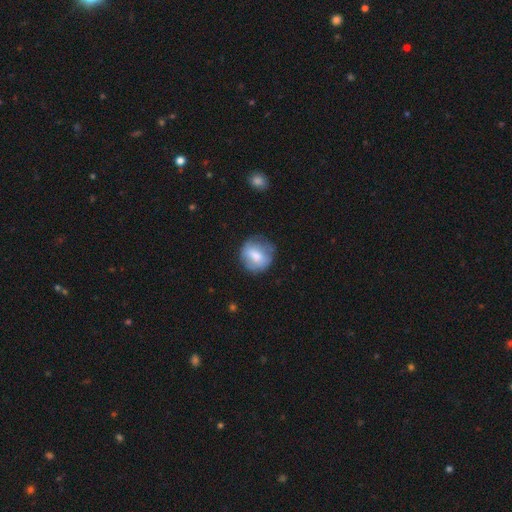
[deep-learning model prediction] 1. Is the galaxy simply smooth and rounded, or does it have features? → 66% smooth, 26% featured or disk, 8% star or artifact.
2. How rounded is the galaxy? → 81% round, 18% in between, 1% cigar-shaped.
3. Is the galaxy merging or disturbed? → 64% none, 25% minor disturbance, 9% major disturbance, 2% merger.